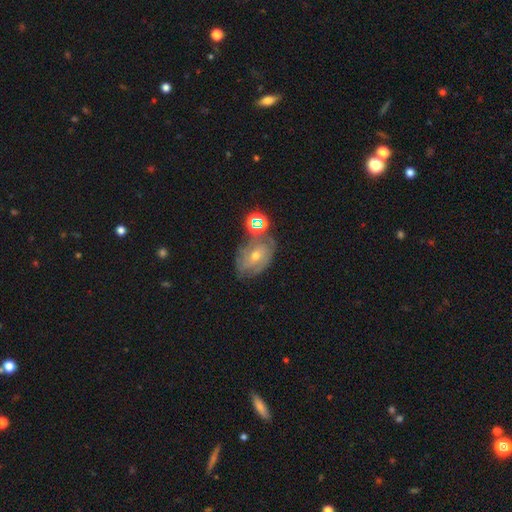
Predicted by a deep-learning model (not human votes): This is possibly a featured or disk galaxy (58%). It is clearly not viewed edge-on (94%). Bar: likely no (67%). Spiral arm pattern: likely yes (74%). Central bulge: possibly moderate (48%, tied with small). Merging: possibly none (56%).